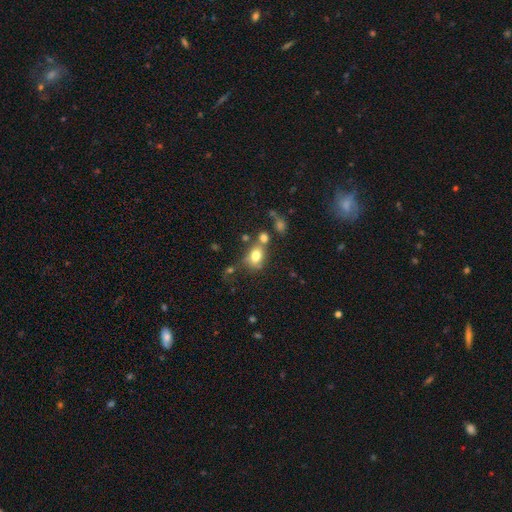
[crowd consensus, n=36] Smooth or featured? smooth (64%)
How rounded? in between (74%)
Merging? none (56%)